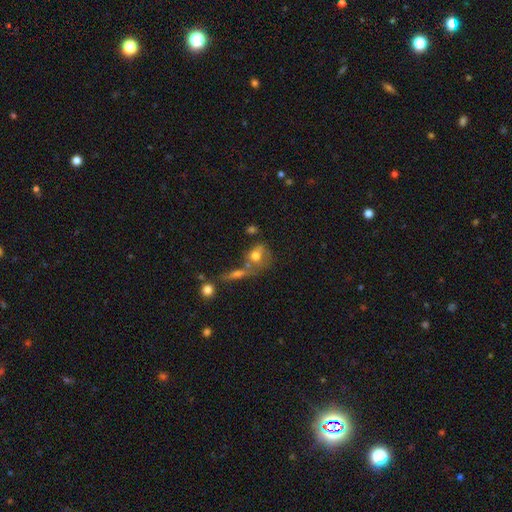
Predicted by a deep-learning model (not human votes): Morphology: type=smooth (67%); roundness=in between (49%); merging=none (37%).